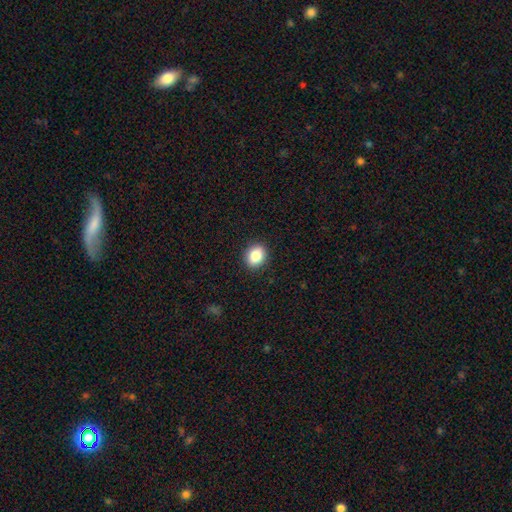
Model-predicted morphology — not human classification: smooth_or_featured: smooth (p=0.85) [alt: star or artifact p=0.09]
how_rounded: round (p=0.51) [alt: in between p=0.48]
merging: none (p=0.91) [alt: minor disturbance p=0.07]